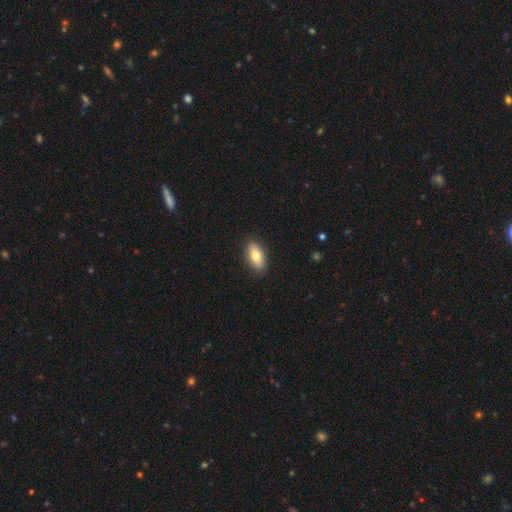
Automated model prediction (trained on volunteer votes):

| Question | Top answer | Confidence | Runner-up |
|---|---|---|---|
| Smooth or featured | smooth | 79% | featured or disk (15%) |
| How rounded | in between | 86% | cigar-shaped (11%) |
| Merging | none | 88% | minor disturbance (10%) |